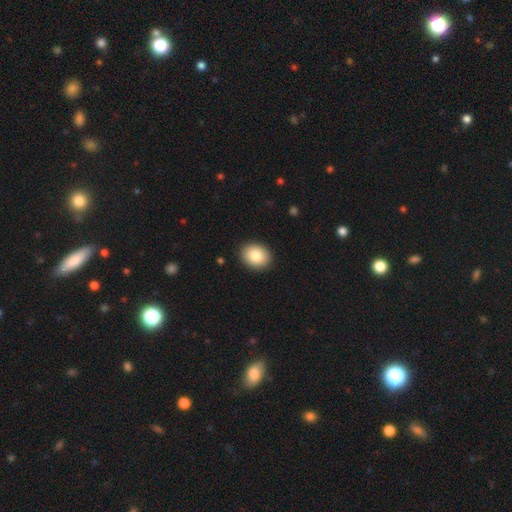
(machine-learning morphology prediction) smooth_or_featured: smooth (p=0.83) [alt: featured or disk p=0.09]
how_rounded: in between (p=0.51) [alt: round p=0.48]
merging: none (p=0.90) [alt: minor disturbance p=0.07]